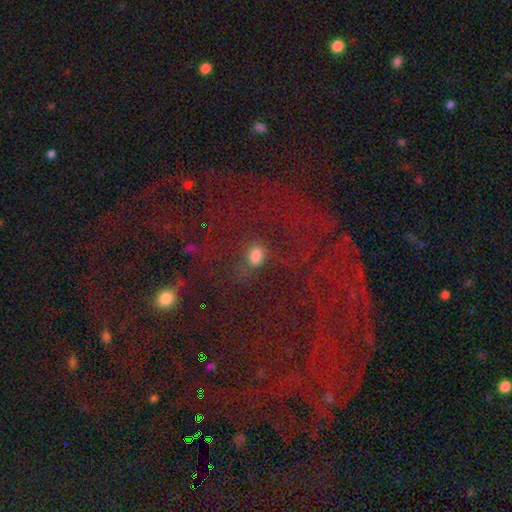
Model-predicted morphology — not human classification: Overall: smooth (60%; star or artifact 30%). How rounded: in between (66%; round 30%). Merging: none (65%).